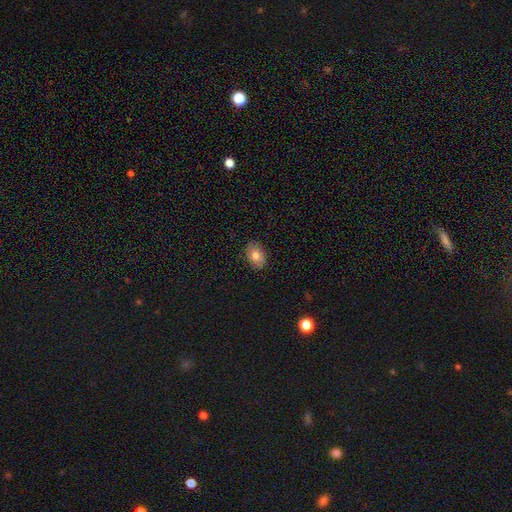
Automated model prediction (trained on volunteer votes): A smooth galaxy with no disk features (73%) that is in between round and cigar-shaped (81%). Merging: none (85%).